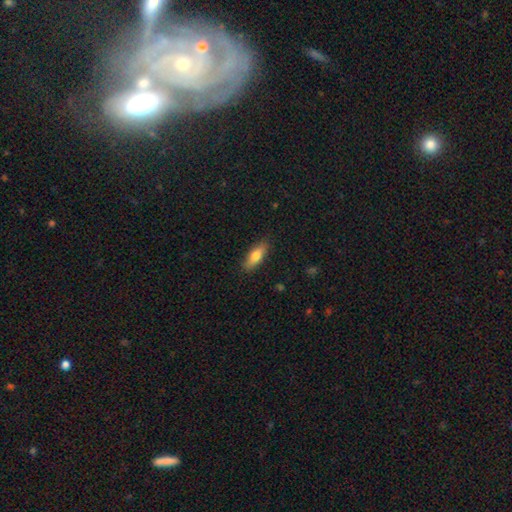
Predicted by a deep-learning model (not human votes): Smooth or featured? Predicted: smooth (p=0.73). How rounded? Predicted: in between (p=0.60). Merging? Predicted: none (p=0.87).